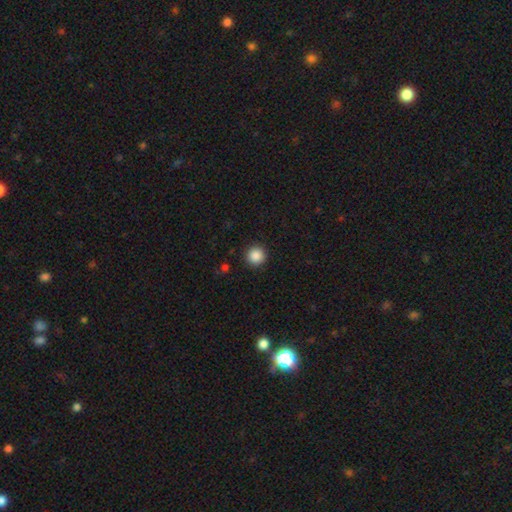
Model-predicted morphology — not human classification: Smooth or featured? Predicted: smooth (p=0.88). How rounded? Predicted: round (p=0.96). Merging? Predicted: none (p=0.92).